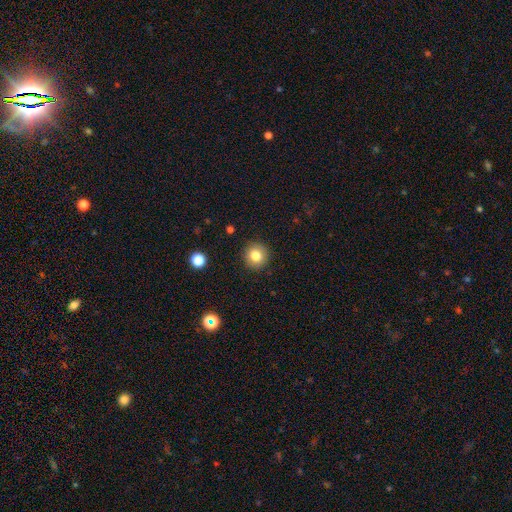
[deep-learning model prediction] A smooth galaxy with no disk features (82%) that is round (92%). Merging: none (91%).